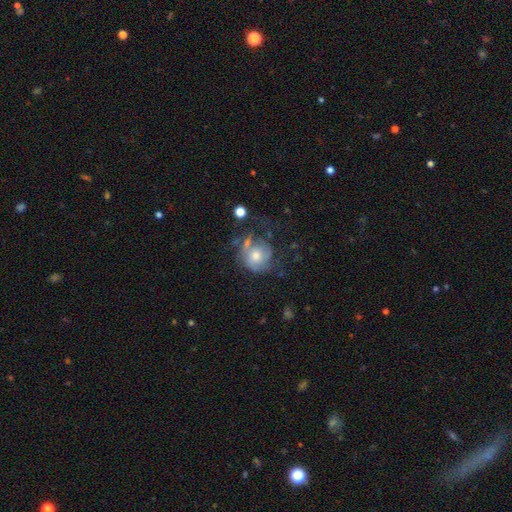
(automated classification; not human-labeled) Morphology: type=featured or disk (54%); edge-on=no (97%); bar=no (80%); spiral arms=yes (65%); bulge=moderate (66%); merging=none (42%).